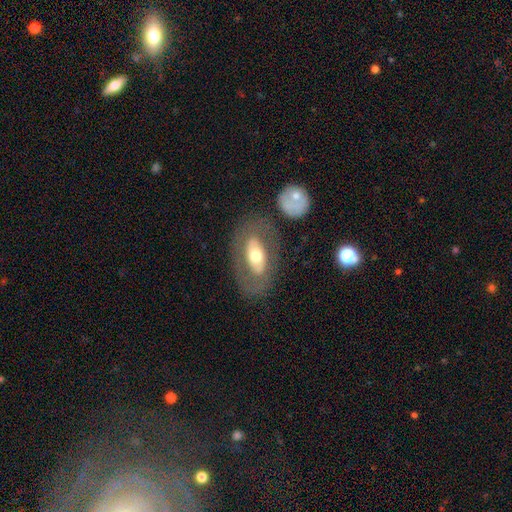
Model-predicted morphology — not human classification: Smooth or featured: featured or disk — 55% (smooth — 39%)
Edge-on disk: no — 89% (yes — 11%)
Merging: none — 74% (minor disturbance — 13%)